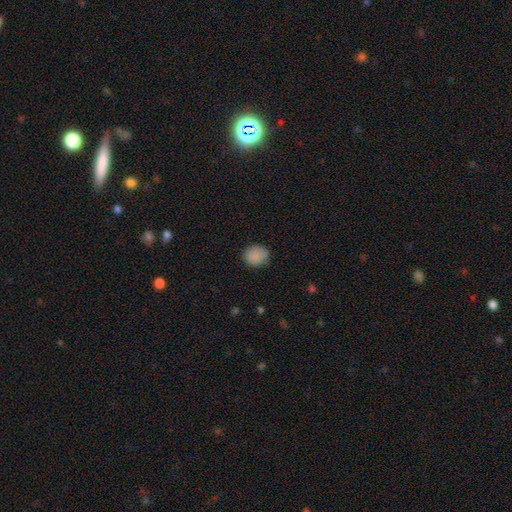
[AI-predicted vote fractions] smooth-or-featured: smooth: 87% | star or artifact: 9% | featured or disk: 4%
  how-rounded: round: 71% | in between: 28% | cigar-shaped: 1%
  merging: none: 82% | minor disturbance: 14% | major disturbance: 3% | merger: 1%